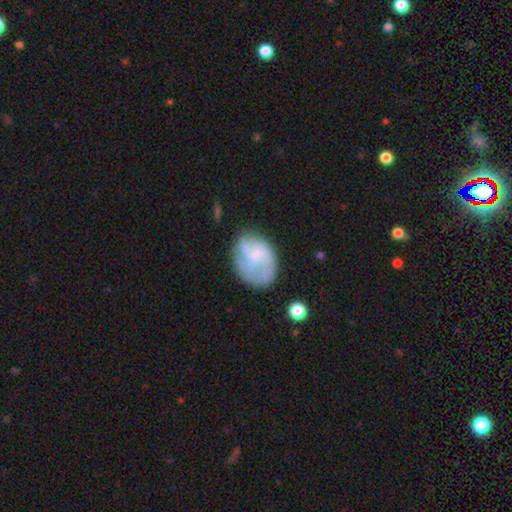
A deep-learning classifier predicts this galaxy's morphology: Q: Smooth or featured?
A: featured or disk (48%); runner-up: smooth (43%)
Q: Merging?
A: none (50%); runner-up: minor disturbance (27%)